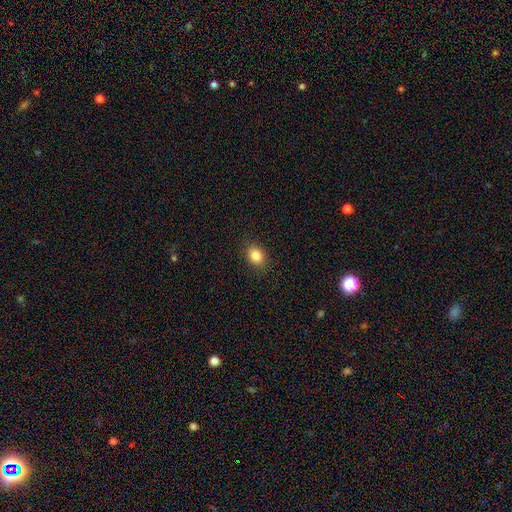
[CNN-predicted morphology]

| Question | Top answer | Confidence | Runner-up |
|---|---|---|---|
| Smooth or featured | smooth | 85% | star or artifact (10%) |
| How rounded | in between | 55% | round (44%) |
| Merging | none | 88% | minor disturbance (8%) |